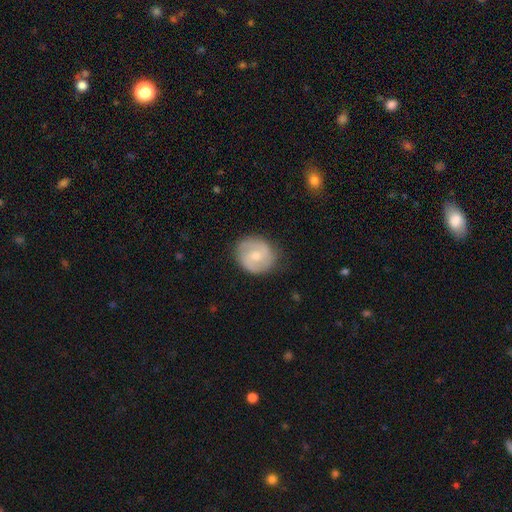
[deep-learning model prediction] Smooth or featured? Predicted: featured or disk (p=0.57). Edge-on disk? Predicted: no (p=0.98). Bar? Predicted: weak (p=0.49). Spiral arms? Predicted: yes (p=0.85). Bulge size? Predicted: moderate (p=0.56). Merging? Predicted: none (p=0.80).